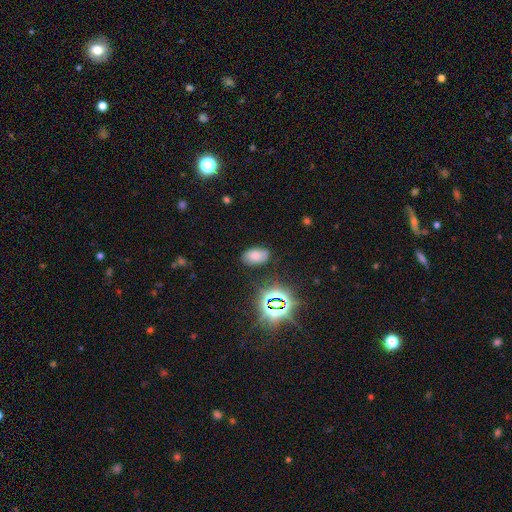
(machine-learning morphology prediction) smooth 65%, star or artifact 22%, featured or disk 13%. Down the decision tree: how rounded — in between (92%); merging — none (79%).